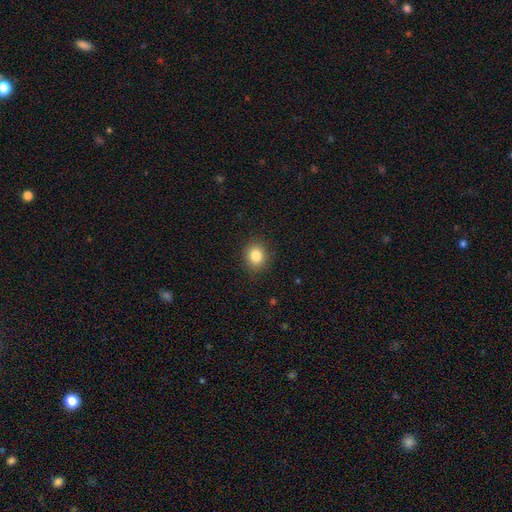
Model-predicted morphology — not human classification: smooth_or_featured: smooth (p=0.83) [alt: star or artifact p=0.11]
how_rounded: round (p=0.74) [alt: in between p=0.25]
merging: none (p=0.89) [alt: minor disturbance p=0.08]